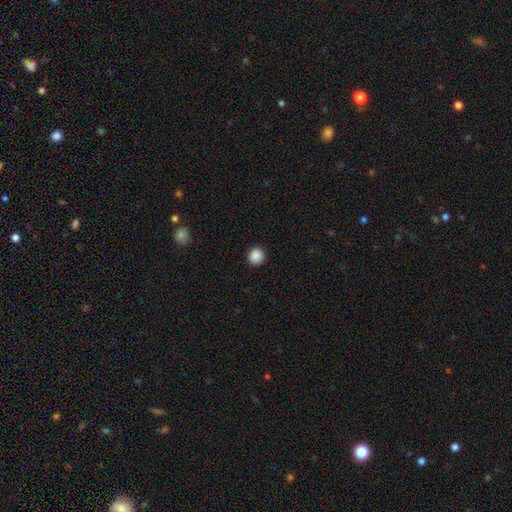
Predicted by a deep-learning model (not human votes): Q: Smooth or featured?
A: smooth (88%); runner-up: star or artifact (9%)
Q: How rounded?
A: round (90%); runner-up: in between (9%)
Q: Merging?
A: none (91%); runner-up: minor disturbance (6%)